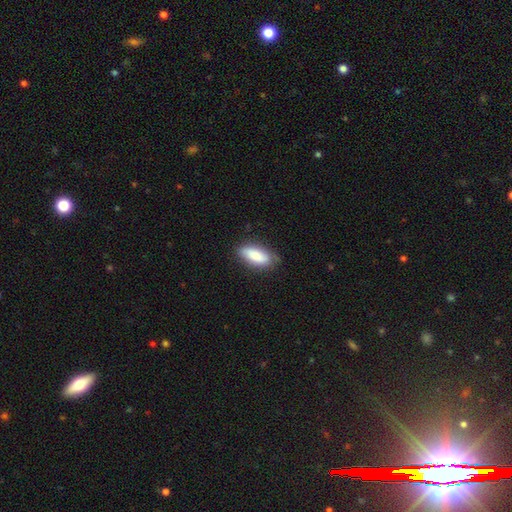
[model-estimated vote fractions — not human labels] Smooth or featured? smooth (83%)
How rounded? in between (77%)
Merging? none (76%)